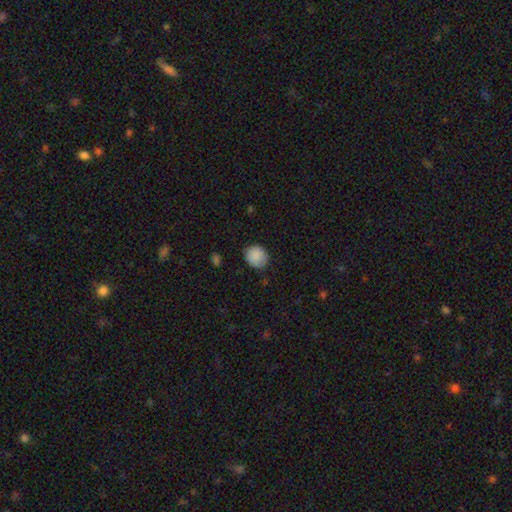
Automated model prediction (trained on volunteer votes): This is clearly a smooth galaxy (88%). How rounded: likely round (77%). Merging: clearly none (81%).